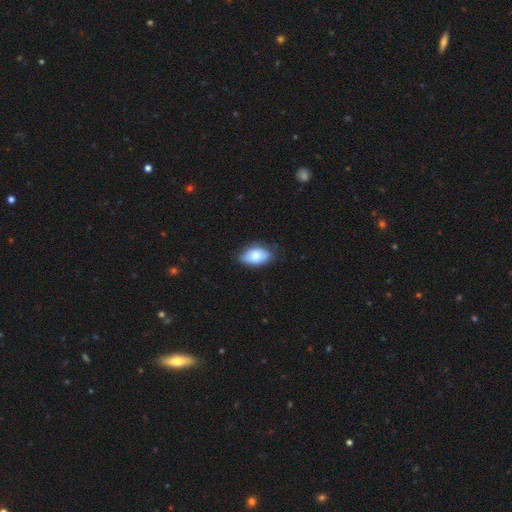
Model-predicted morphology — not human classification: Smooth or featured?
  - smooth: 77% *
  - featured or disk: 16%
  - star or artifact: 7%
How rounded?
  - in between: 92% *
  - round: 6%
  - cigar-shaped: 2%
Merging?
  - none: 68% *
  - minor disturbance: 27%
  - major disturbance: 4%
  - merger: 1%